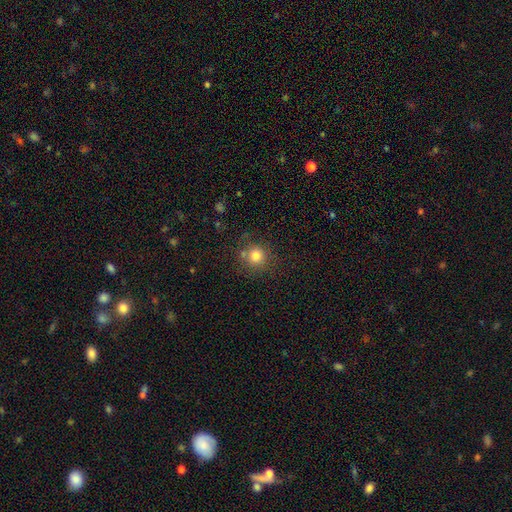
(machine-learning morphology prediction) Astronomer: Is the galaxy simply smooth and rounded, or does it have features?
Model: smooth — 80%.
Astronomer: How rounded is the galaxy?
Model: round — 91%.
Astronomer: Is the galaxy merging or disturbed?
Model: none — 74%.